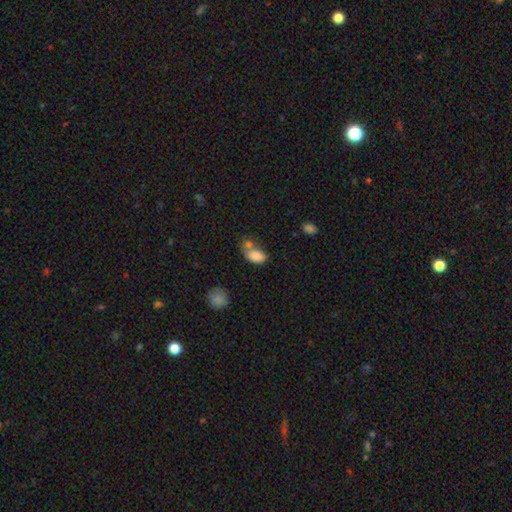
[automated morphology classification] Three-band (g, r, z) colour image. It shows a smooth galaxy with no disk features (83%) that is in between round and cigar-shaped (89%). Merging: merger (41%).